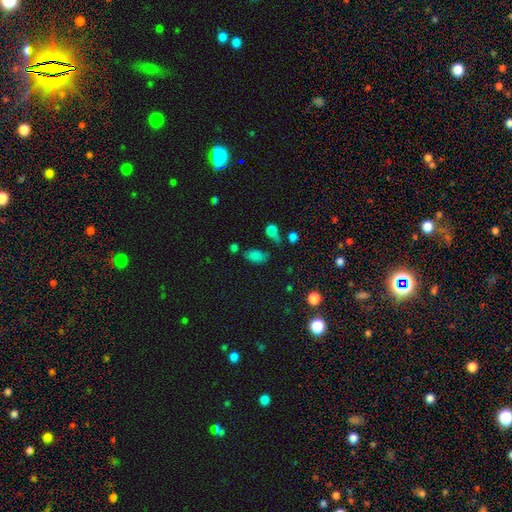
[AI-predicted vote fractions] Smooth or featured?
  - smooth: 75% *
  - star or artifact: 18%
  - featured or disk: 7%
How rounded?
  - in between: 90% *
  - round: 7%
  - cigar-shaped: 3%
Merging?
  - none: 55% *
  - minor disturbance: 23%
  - merger: 11%
  - major disturbance: 11%